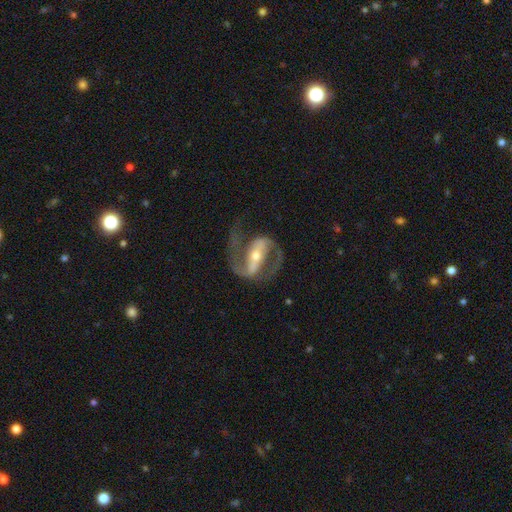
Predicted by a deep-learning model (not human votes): A featured or disk galaxy (92%) with a strong bar (71%), 2 (93%) medium (57%) spiral arms (97%) and a moderate central bulge (50%).

Vote fractions:
- Smooth or featured? featured or disk: 92% / smooth: 4% / star or artifact: 4%
- Edge-on disk? no: 96% / yes: 4%
- Bar? strong: 71% / weak: 20% / no: 9%
- Spiral arms? yes: 97% / no: 3%
- Spiral winding? medium: 57% / loose: 26% / tight: 16%
- Spiral arm count? 2: 93% / 1: 2% / can't tell: 2% / 3: 1% / 4: 1% / more than 4: 1%
- Bulge size? moderate: 50% / small: 44% / large: 3% / none: 1% / dominant: 1%
- Merging? none: 74% / minor disturbance: 13% / major disturbance: 11% / merger: 2%